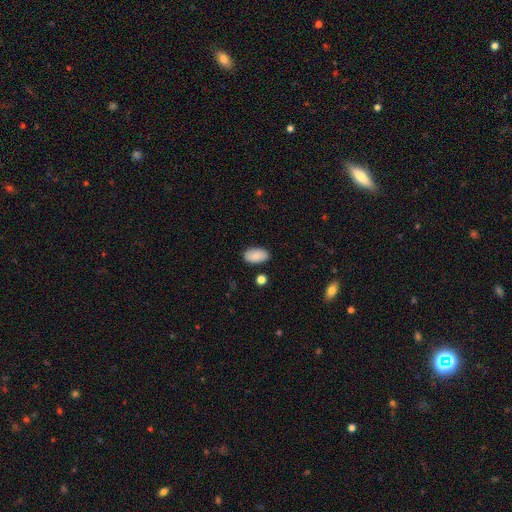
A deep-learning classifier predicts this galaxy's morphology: type=smooth (87%); roundness=in between (95%); merging=none (85%).